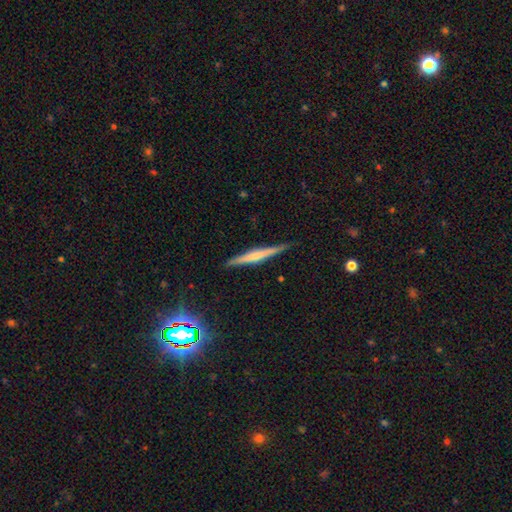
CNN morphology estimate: type=featured or disk (57%); edge-on=yes (97%); edge-on bulge=none (45%); merging=none (89%).